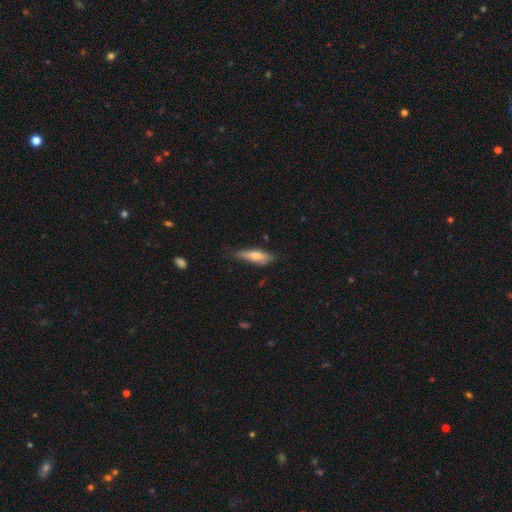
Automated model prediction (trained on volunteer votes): A smooth galaxy with no disk features (58%) that is cigar-shaped (61%). Merging: none (65%).